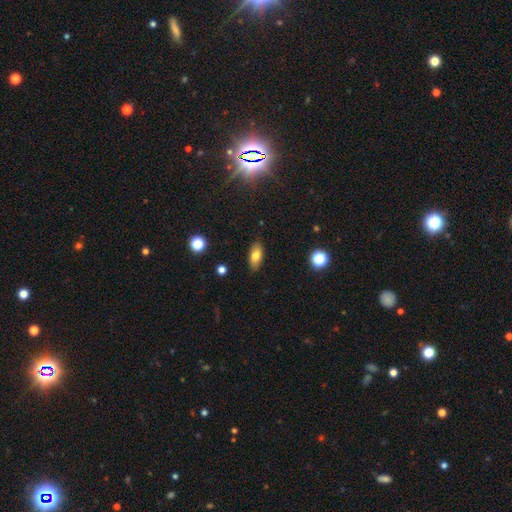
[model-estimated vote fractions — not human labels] Q: Smooth or featured?
A: smooth (77%); runner-up: featured or disk (15%)
Q: How rounded?
A: in between (86%); runner-up: cigar-shaped (10%)
Q: Merging?
A: none (87%); runner-up: minor disturbance (10%)